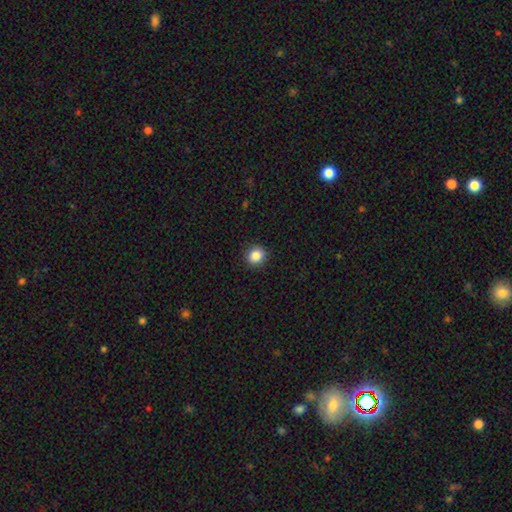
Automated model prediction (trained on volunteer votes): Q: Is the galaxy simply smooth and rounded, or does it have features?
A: smooth — 86%.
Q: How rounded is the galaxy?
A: round — 85%.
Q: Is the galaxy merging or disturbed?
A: none — 91%.